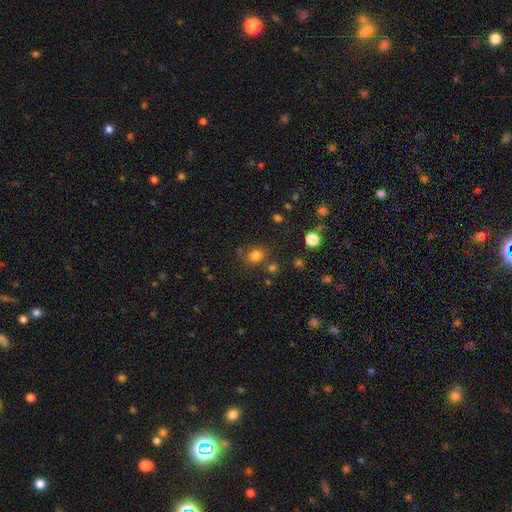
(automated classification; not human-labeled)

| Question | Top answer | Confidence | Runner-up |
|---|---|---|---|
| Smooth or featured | smooth | 79% | star or artifact (15%) |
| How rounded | round | 66% | in between (33%) |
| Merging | none | 71% | minor disturbance (14%) |